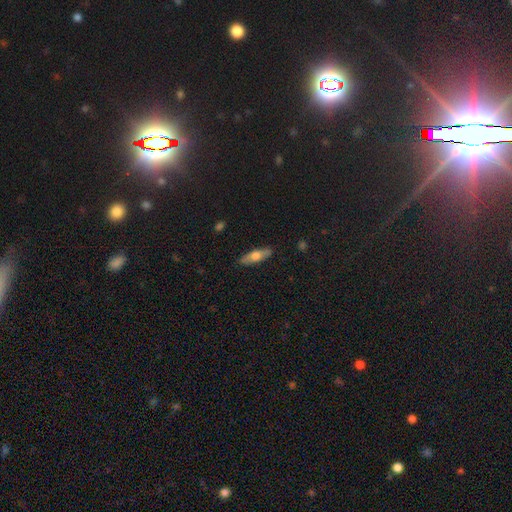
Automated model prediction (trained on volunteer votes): A smooth galaxy with no disk features (57%) that is cigar-shaped (58%). Merging: none (87%).